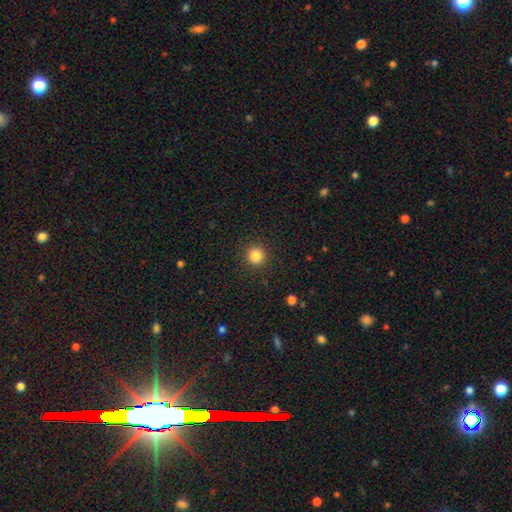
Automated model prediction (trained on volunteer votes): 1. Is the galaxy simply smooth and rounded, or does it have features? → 84% smooth, 11% star or artifact, 4% featured or disk.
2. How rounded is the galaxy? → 91% round, 8% in between, 1% cigar-shaped.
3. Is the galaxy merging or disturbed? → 90% none, 6% minor disturbance, 3% major disturbance, 1% merger.